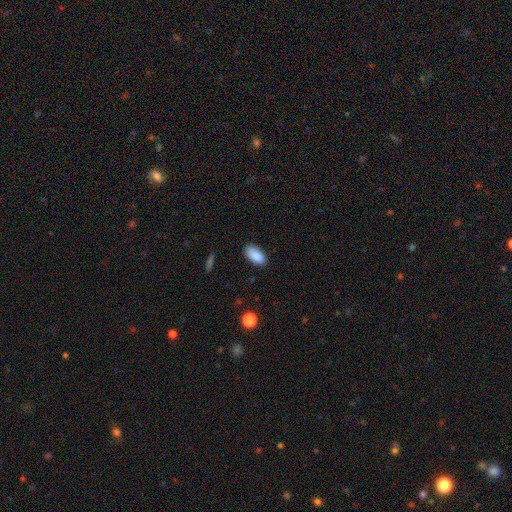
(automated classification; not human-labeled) smooth 89%, star or artifact 7%, featured or disk 4%. Down the decision tree: how rounded — in between (92%); merging — none (82%).